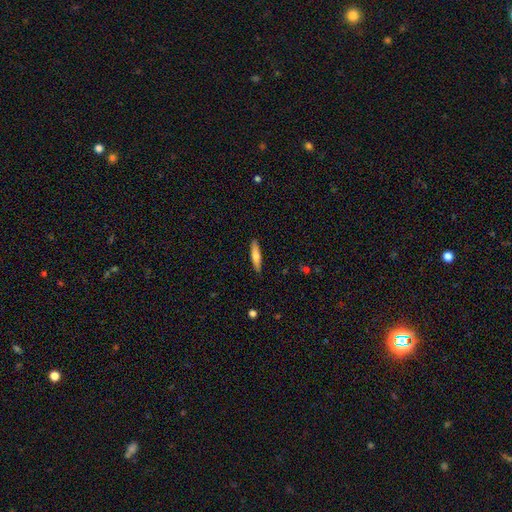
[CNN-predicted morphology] Smooth or featured? Predicted: smooth (p=0.66). How rounded? Predicted: cigar-shaped (p=0.83). Merging? Predicted: none (p=0.89).